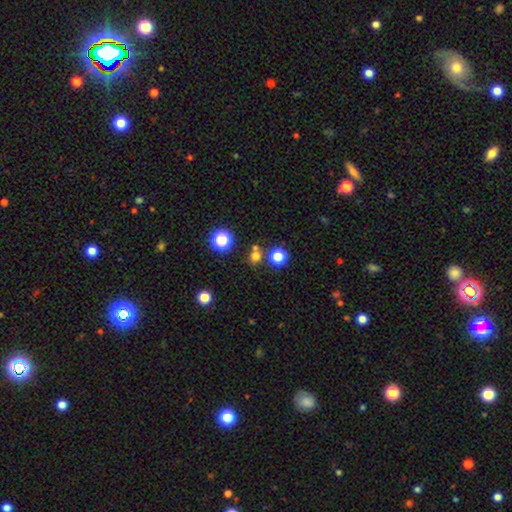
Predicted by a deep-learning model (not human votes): smooth-or-featured: smooth: 69% | star or artifact: 23% | featured or disk: 8%
  how-rounded: round: 82% | in between: 17% | cigar-shaped: 1%
  merging: none: 66% | merger: 22% | minor disturbance: 8% | major disturbance: 3%